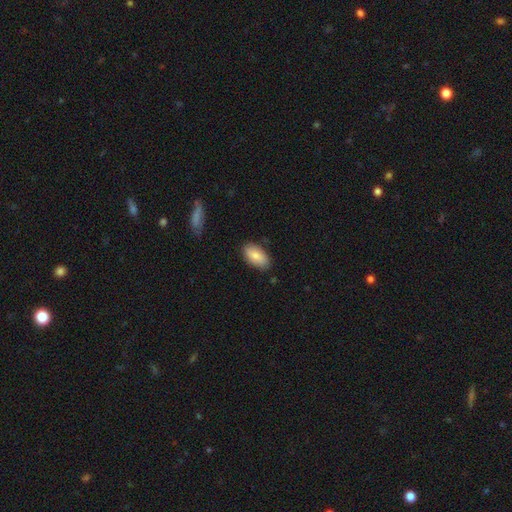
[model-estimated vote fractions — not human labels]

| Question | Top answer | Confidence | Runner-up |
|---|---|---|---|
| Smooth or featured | smooth | 81% | featured or disk (13%) |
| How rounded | in between | 94% | round (3%) |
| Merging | none | 82% | minor disturbance (14%) |